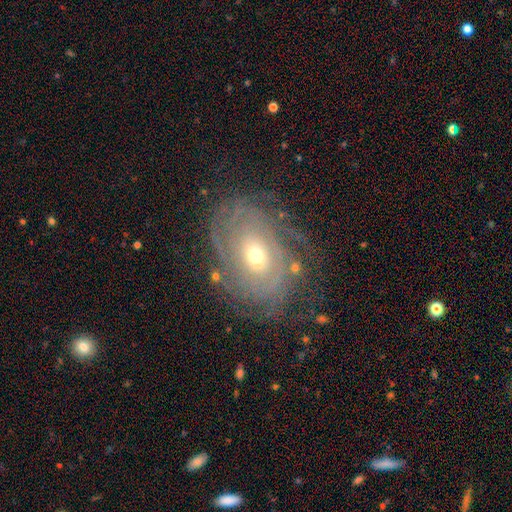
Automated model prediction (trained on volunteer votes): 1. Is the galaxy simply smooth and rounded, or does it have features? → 82% featured or disk, 11% smooth, 8% star or artifact.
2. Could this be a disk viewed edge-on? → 95% no, 5% yes.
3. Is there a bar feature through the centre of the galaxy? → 72% no, 22% weak, 7% strong.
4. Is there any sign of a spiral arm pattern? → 90% yes, 10% no.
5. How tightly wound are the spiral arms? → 79% tight, 16% medium, 5% loose.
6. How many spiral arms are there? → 45% can't tell, 15% 2, 13% 3, 12% 4, 9% more than 4, 6% 1.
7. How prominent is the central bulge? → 51% small, 45% moderate, 2% large, 1% dominant, 1% none.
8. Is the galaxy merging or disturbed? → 72% none, 17% minor disturbance, 8% major disturbance, 2% merger.